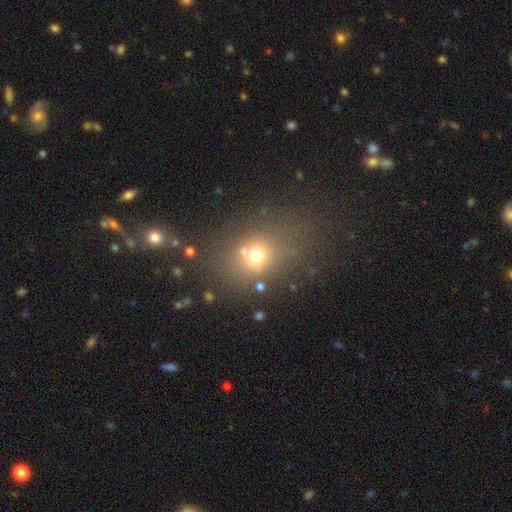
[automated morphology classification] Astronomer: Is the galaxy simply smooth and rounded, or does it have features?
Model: smooth — 63%.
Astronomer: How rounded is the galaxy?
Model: round — 56% (runner-up: in between, 42%).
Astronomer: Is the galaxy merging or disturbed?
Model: none — 68%.